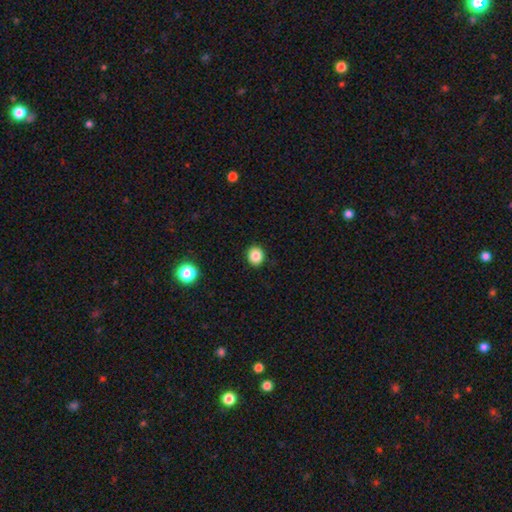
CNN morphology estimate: Smooth or featured: smooth — 86% (star or artifact — 11%)
How rounded: round — 83% (in between — 16%)
Merging: none — 91% (minor disturbance — 6%)